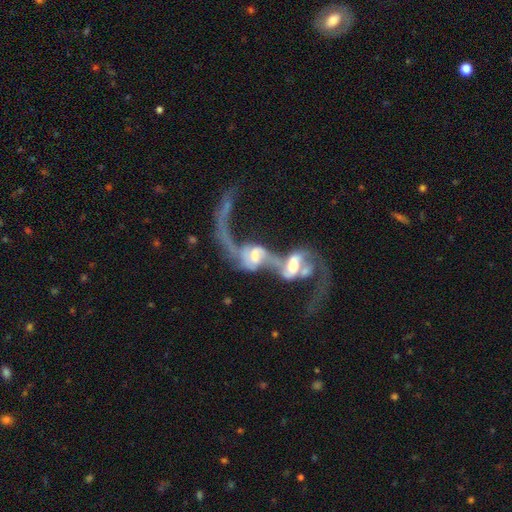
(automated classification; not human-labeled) Morphology: type=featured or disk (78%); edge-on=no (95%); bar=no (55%); spiral arms=yes (83%); winding=loose (83%); arm count=2 (64%); bulge=moderate (47%); merging=merger (71%).